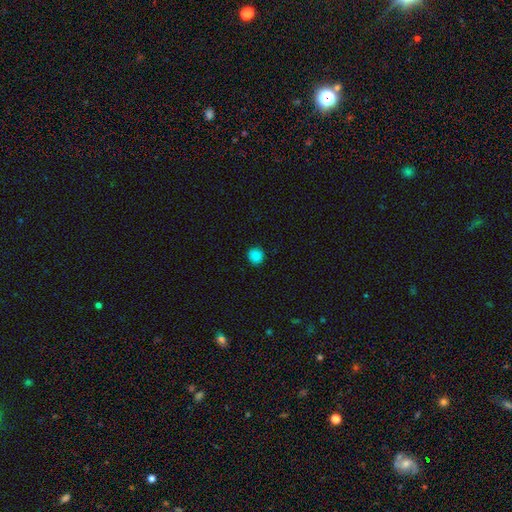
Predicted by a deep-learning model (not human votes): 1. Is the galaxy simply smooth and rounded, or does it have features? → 86% smooth, 12% star or artifact, 2% featured or disk.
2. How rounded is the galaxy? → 91% round, 8% in between, 1% cigar-shaped.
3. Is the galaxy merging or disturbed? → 91% none, 6% minor disturbance, 2% major disturbance, 1% merger.